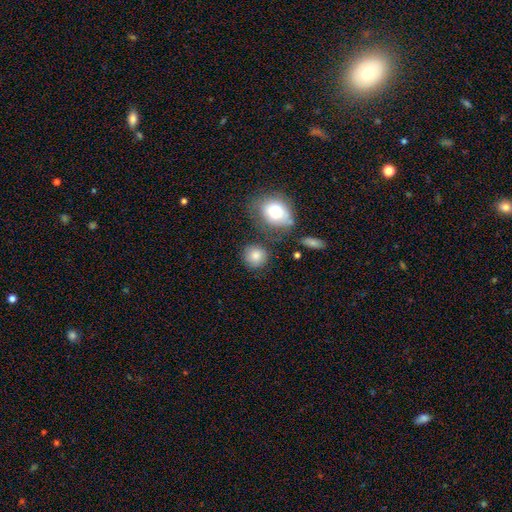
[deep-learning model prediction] This appears to be a smooth galaxy with no disk features (84%) that is round (83%). Merging: none (72%).